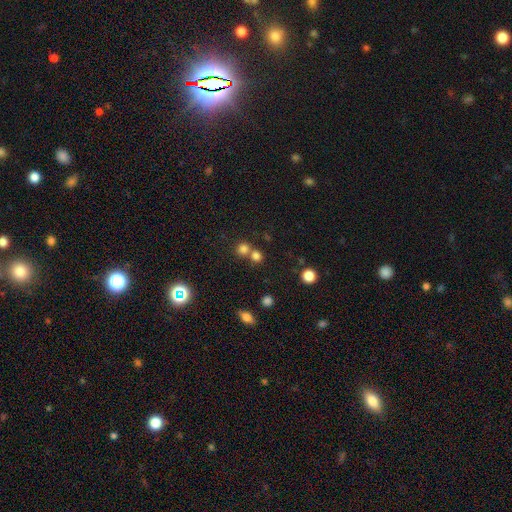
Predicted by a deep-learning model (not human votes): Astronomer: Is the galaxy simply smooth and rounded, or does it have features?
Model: smooth — 76%.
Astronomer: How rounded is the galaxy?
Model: round — 85%.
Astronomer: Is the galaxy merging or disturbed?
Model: none — 53% (runner-up: merger, 39%).